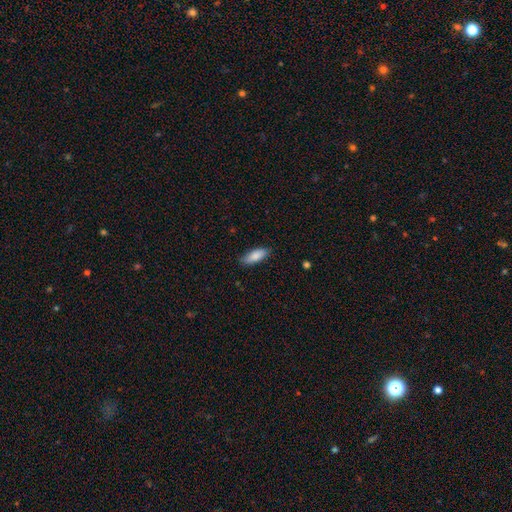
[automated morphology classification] A smooth galaxy with no disk features (85%) that is in between round and cigar-shaped (74%).

Vote fractions:
- Smooth or featured? smooth: 85% / featured or disk: 9% / star or artifact: 6%
- How rounded? in between: 74% / cigar-shaped: 24% / round: 2%
- Merging? none: 84% / minor disturbance: 13% / major disturbance: 2% / merger: 1%